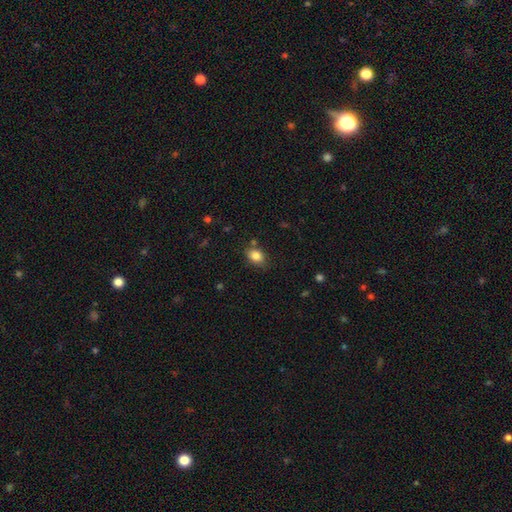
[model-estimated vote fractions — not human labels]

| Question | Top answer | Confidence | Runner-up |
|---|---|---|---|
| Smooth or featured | smooth | 84% | star or artifact (9%) |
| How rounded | in between | 72% | round (27%) |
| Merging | none | 74% | minor disturbance (17%) |